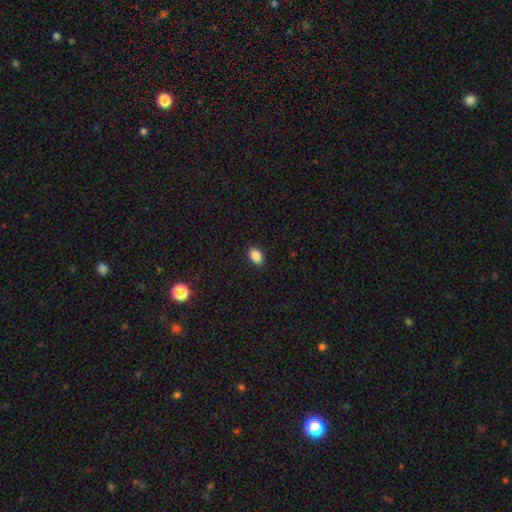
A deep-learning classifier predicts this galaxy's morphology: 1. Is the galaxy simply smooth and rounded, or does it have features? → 88% smooth, 8% star or artifact, 3% featured or disk.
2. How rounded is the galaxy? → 88% in between, 10% round, 2% cigar-shaped.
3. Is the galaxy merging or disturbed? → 89% none, 8% minor disturbance, 2% major disturbance, 1% merger.